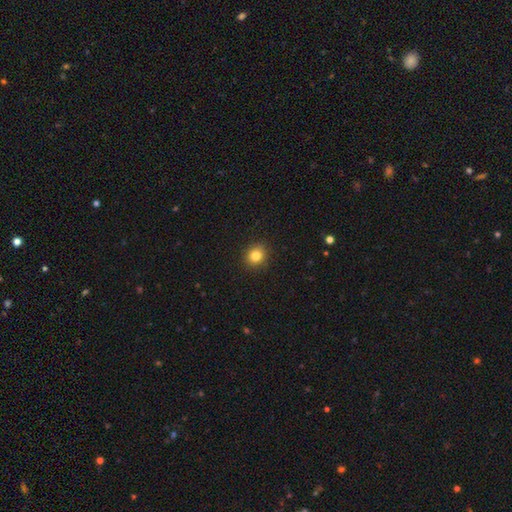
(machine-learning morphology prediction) smooth-or-featured: smooth: 82% | star or artifact: 11% | featured or disk: 6%
  how-rounded: round: 81% | in between: 18% | cigar-shaped: 1%
  merging: none: 91% | minor disturbance: 7% | major disturbance: 2% | merger: 1%